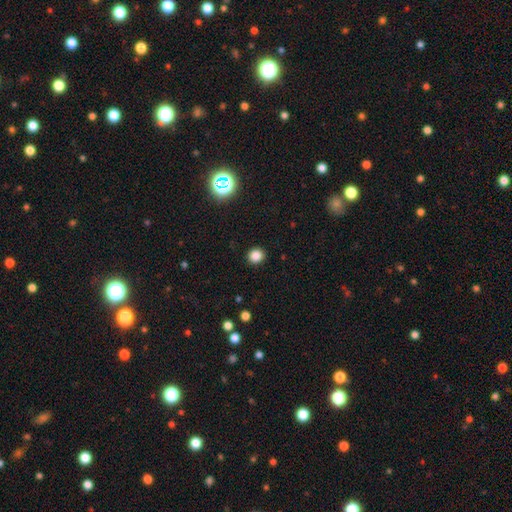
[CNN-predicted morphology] This is clearly a smooth galaxy (85%). How rounded: clearly round (83%). Merging: clearly none (91%).